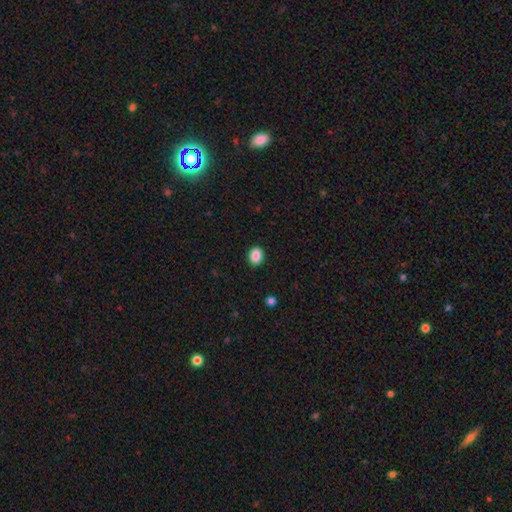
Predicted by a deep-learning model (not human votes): smooth_or_featured: smooth (p=0.88) [alt: star or artifact p=0.09]
how_rounded: in between (p=0.52) [alt: round p=0.47]
merging: none (p=0.91) [alt: minor disturbance p=0.06]